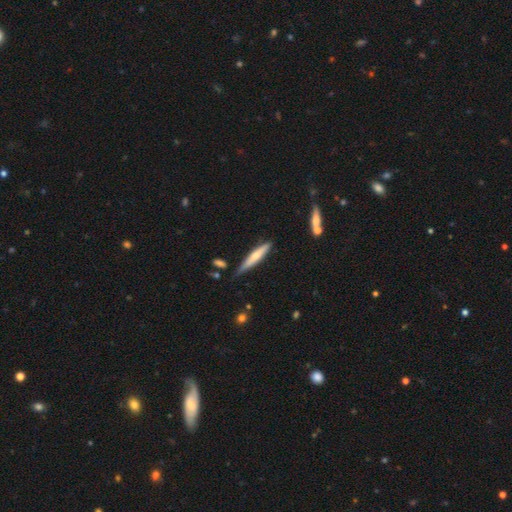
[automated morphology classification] Smooth or featured: smooth — 54% (featured or disk — 40%)
How rounded: cigar-shaped — 90% (in between — 9%)
Merging: none — 73% (minor disturbance — 20%)